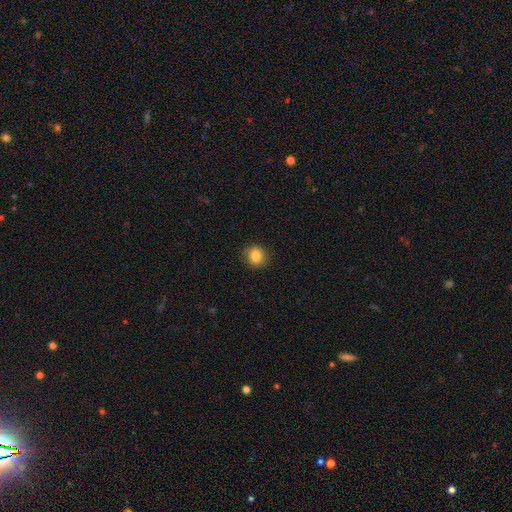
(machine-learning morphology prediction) Smooth or featured?
  - smooth: 85% *
  - star or artifact: 10%
  - featured or disk: 5%
How rounded?
  - round: 80% *
  - in between: 19%
  - cigar-shaped: 1%
Merging?
  - none: 89% *
  - minor disturbance: 8%
  - major disturbance: 2%
  - merger: 1%